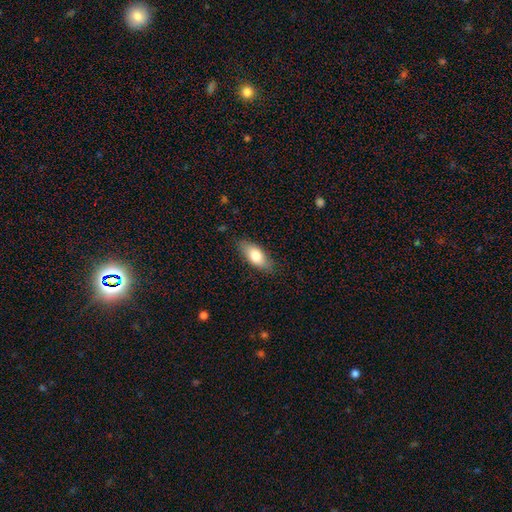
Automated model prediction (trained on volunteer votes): This appears to be a smooth galaxy with no disk features (78%) that is in between round and cigar-shaped (84%). Merging: none (82%).